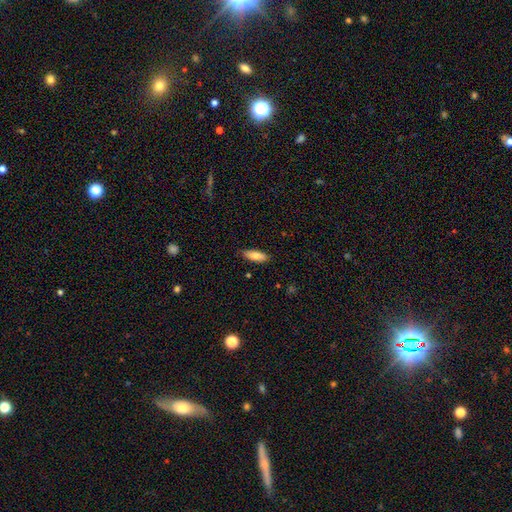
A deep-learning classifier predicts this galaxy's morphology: smooth-or-featured: smooth: 81% | featured or disk: 12% | star or artifact: 6%
  how-rounded: in between: 69% | cigar-shaped: 29% | round: 2%
  merging: none: 85% | minor disturbance: 12% | major disturbance: 2% | merger: 1%